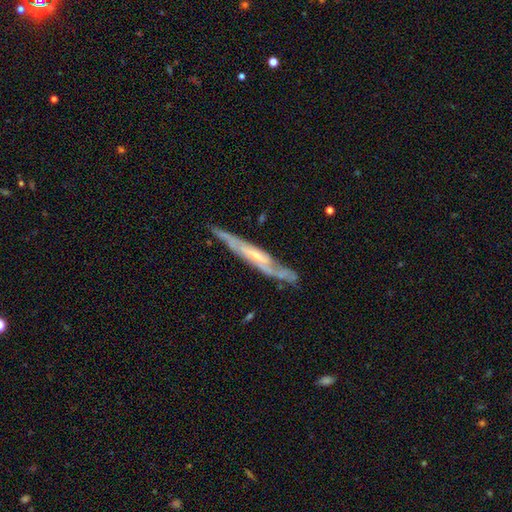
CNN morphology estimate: A featured or disk galaxy (80%) viewed edge-on (65%) with no central bulge (55%).

Vote fractions:
- Smooth or featured? featured or disk: 80% / smooth: 15% / star or artifact: 5%
- Edge-on disk? yes: 65% / no: 35%
- Edge-on bulge? none: 55% / rounded: 38% / boxy: 7%
- Merging? none: 72% / minor disturbance: 21% / major disturbance: 5% / merger: 2%